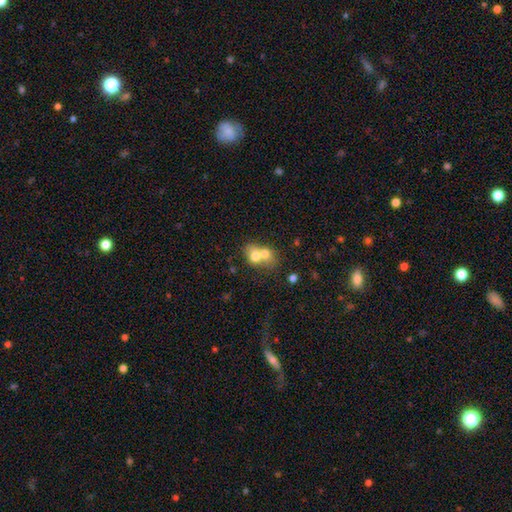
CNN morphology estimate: Q: Smooth or featured?
A: smooth (67%); runner-up: featured or disk (23%)
Q: How rounded?
A: in between (51%); runner-up: round (48%)
Q: Merging?
A: merger (69%); runner-up: none (21%)